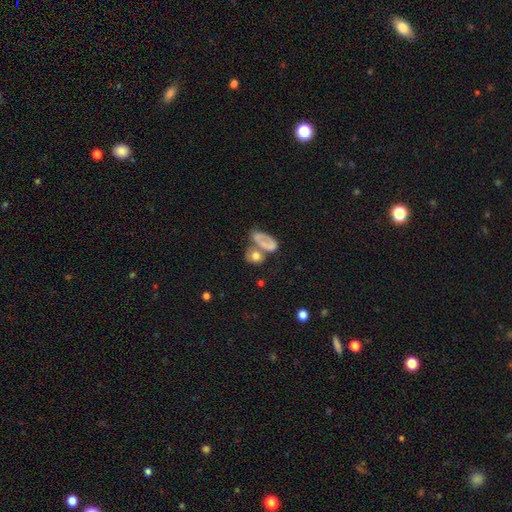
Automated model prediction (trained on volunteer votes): Overall: smooth (67%). How rounded: in between (50%; round 47%). Merging: merger (42%; none 31%).